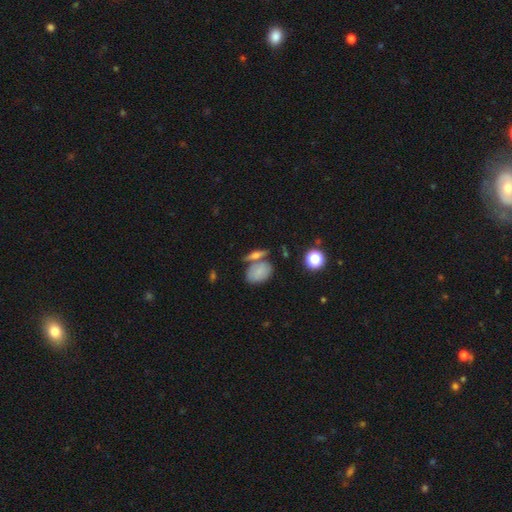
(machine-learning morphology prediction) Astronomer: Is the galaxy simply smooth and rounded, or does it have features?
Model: smooth — 43% (runner-up: star or artifact, 34%).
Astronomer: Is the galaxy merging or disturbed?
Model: none — 52%.